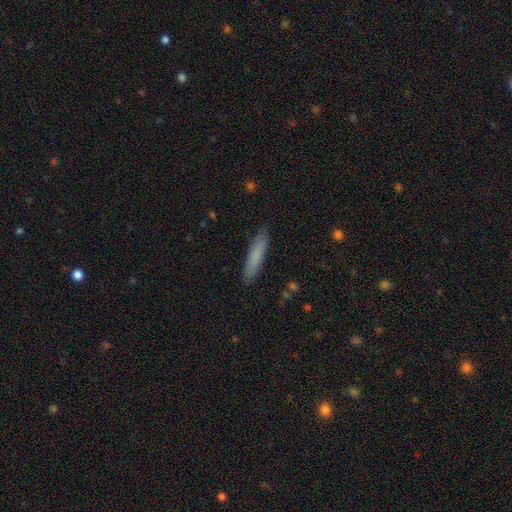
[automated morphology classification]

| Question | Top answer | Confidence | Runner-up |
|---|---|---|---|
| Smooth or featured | smooth | 79% | featured or disk (15%) |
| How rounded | cigar-shaped | 89% | in between (10%) |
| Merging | none | 87% | minor disturbance (10%) |